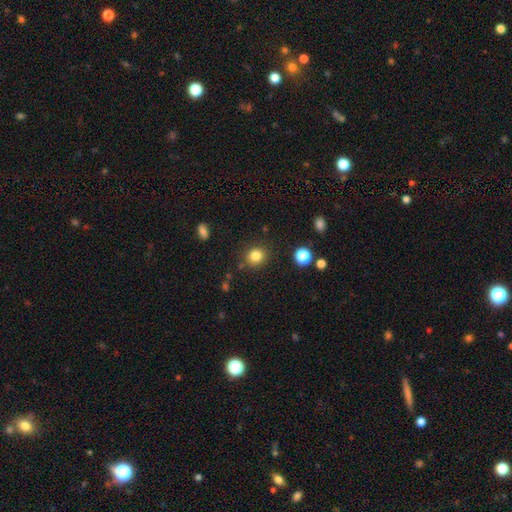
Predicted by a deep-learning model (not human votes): Overall: smooth (83%). How rounded: round (84%). Merging: none (87%).